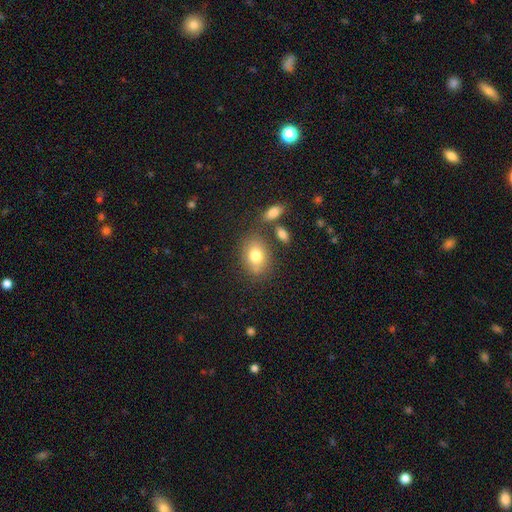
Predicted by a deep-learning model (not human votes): smooth 78%, featured or disk 13%, star or artifact 10%. Down the decision tree: how rounded — in between (68%); merging — none (71%).